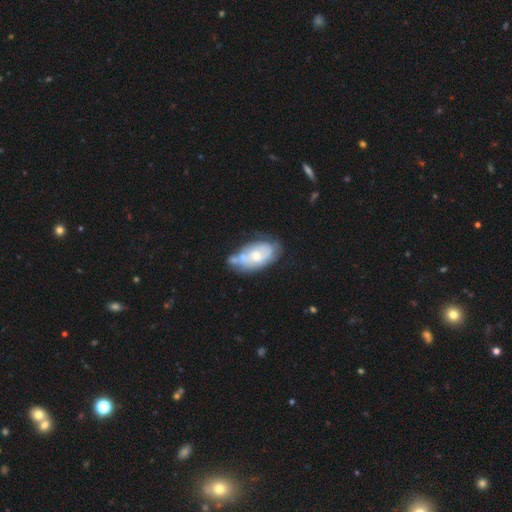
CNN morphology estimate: Smooth or featured?
  - featured or disk: 57% *
  - smooth: 37%
  - star or artifact: 6%
Edge-on disk?
  - no: 93% *
  - yes: 7%
Bar?
  - no: 74% *
  - weak: 22%
  - strong: 4%
Spiral arms?
  - yes: 52% *
  - no: 48%
Bulge size?
  - moderate: 53% *
  - small: 38%
  - large: 5%
  - none: 3%
  - dominant: 1%
Merging?
  - none: 42% *
  - minor disturbance: 28%
  - merger: 18%
  - major disturbance: 11%